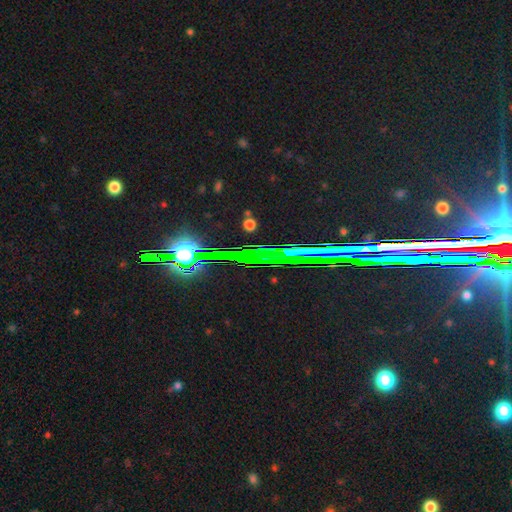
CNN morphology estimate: Overall: star or artifact (76%).